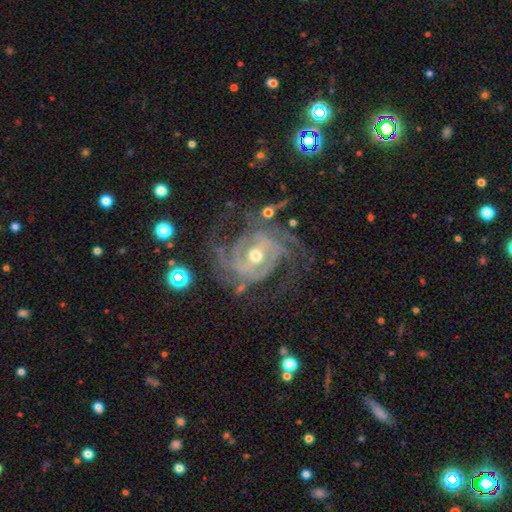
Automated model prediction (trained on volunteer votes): smooth_or_featured: featured or disk (p=0.90) [alt: star or artifact p=0.06]
disk_edge_on: no (p=0.97) [alt: yes p=0.03]
bar: weak (p=0.39) [alt: no p=0.34]
has_spiral_arms: yes (p=0.97) [alt: no p=0.03]
spiral_winding: medium (p=0.44) [alt: tight p=0.42]
spiral_arm_count: 3 (p=0.28) [alt: 2 p=0.25]
bulge_size: moderate (p=0.62) [alt: small p=0.32]
merging: none (p=0.59) [alt: major disturbance p=0.20]